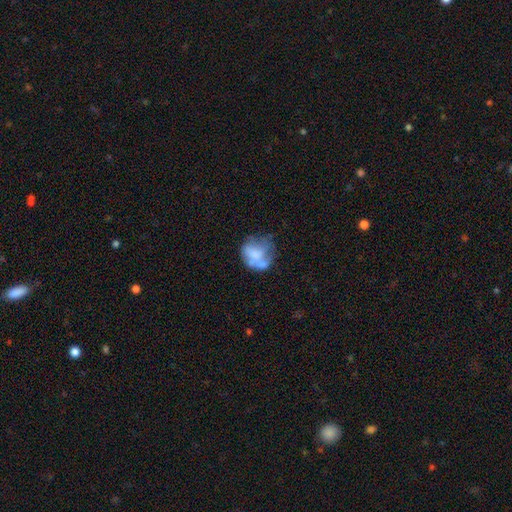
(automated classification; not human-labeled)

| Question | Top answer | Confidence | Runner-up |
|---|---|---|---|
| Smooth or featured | smooth | 50% | featured or disk (40%) |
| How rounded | round | 67% | in between (32%) |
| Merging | none | 39% | minor disturbance (25%) |